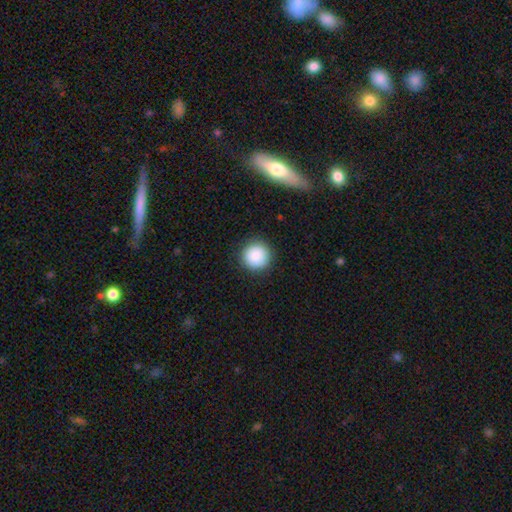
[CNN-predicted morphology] Smooth or featured: smooth — 87% (star or artifact — 8%)
How rounded: round — 95% (in between — 4%)
Merging: none — 90% (minor disturbance — 7%)